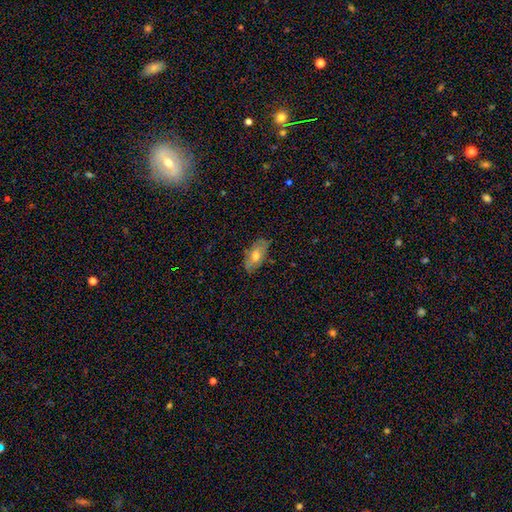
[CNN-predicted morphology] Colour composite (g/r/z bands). It shows a smooth galaxy with no disk features (56%) that is in between round and cigar-shaped (89%). Merging: none (78%).